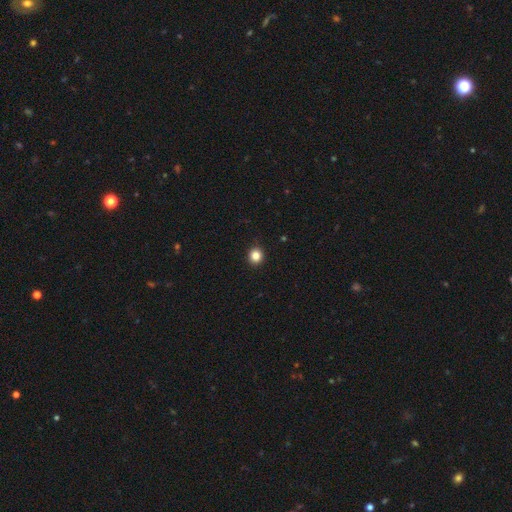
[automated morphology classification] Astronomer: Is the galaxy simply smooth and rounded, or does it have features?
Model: smooth — 85%.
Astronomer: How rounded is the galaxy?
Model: round — 88%.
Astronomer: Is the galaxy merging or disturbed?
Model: none — 92%.